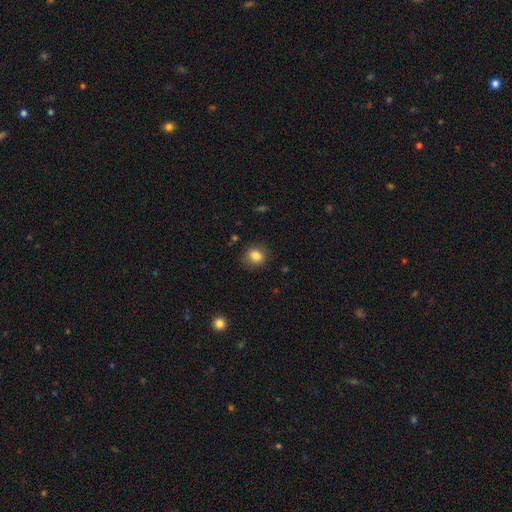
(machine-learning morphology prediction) Q: Smooth or featured?
A: smooth (84%); runner-up: star or artifact (10%)
Q: How rounded?
A: round (70%); runner-up: in between (29%)
Q: Merging?
A: none (84%); runner-up: minor disturbance (12%)